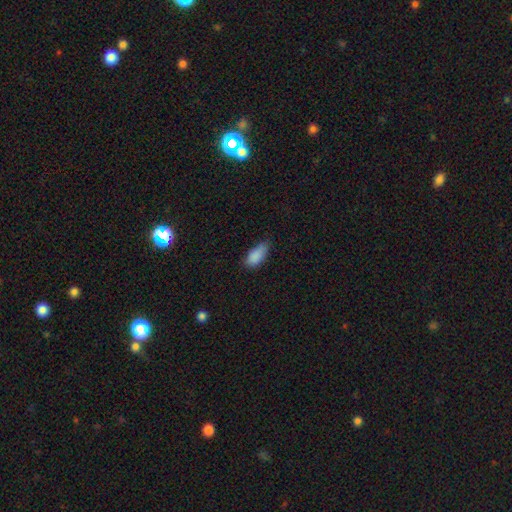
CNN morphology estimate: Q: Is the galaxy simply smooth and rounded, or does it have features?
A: smooth — 87%.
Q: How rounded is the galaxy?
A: in between — 89%.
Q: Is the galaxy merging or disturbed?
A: none — 56%.